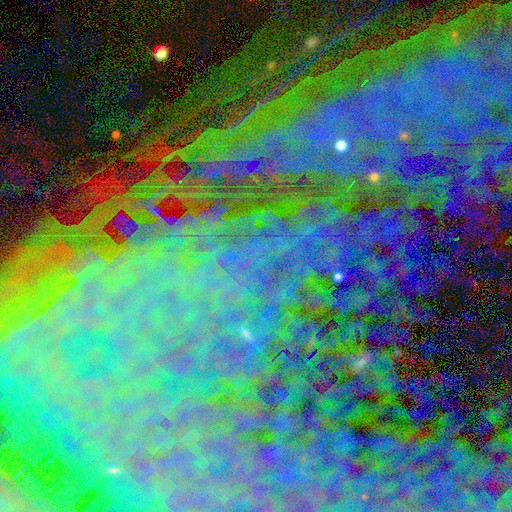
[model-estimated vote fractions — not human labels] Smooth or featured? star or artifact (80%)